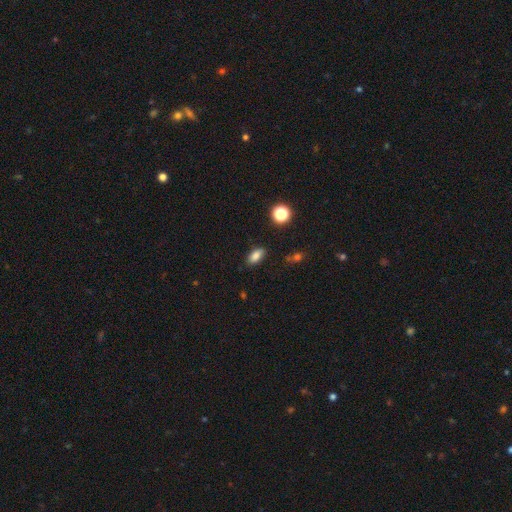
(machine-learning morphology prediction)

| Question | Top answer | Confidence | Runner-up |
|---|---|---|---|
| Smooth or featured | smooth | 82% | star or artifact (11%) |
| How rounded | in between | 86% | round (8%) |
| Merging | none | 86% | minor disturbance (10%) |